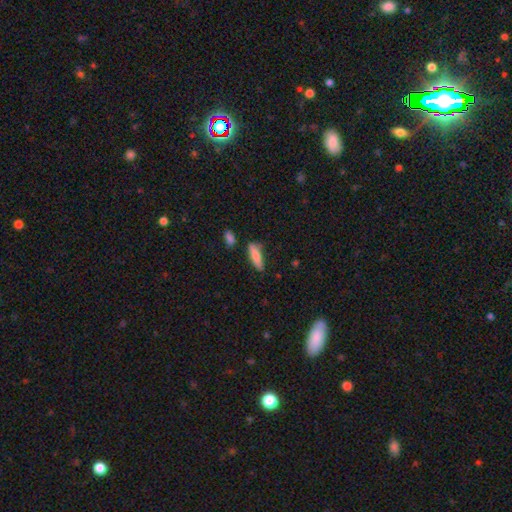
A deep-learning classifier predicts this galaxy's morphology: Smooth or featured: smooth — 79% (featured or disk — 14%)
How rounded: cigar-shaped — 61% (in between — 37%)
Merging: none — 71% (minor disturbance — 20%)